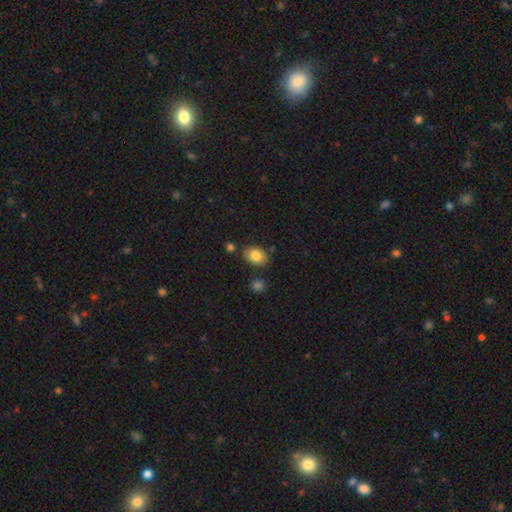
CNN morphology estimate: type=smooth (84%); roundness=in between (78%); merging=none (79%).